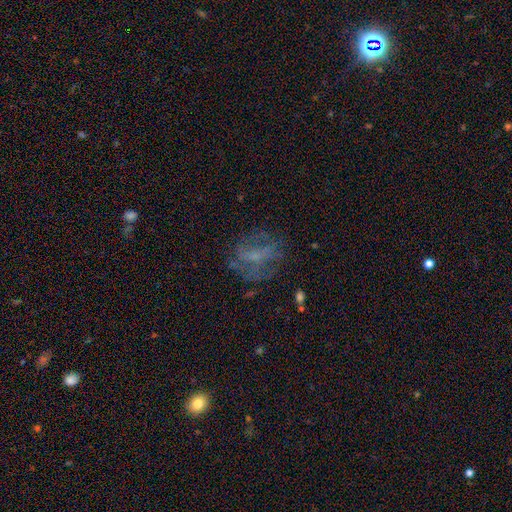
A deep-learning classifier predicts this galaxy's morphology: Q: Smooth or featured?
A: featured or disk (53%); runner-up: smooth (29%)
Q: Edge-on disk?
A: no (94%); runner-up: yes (6%)
Q: Merging?
A: none (61%); runner-up: major disturbance (19%)